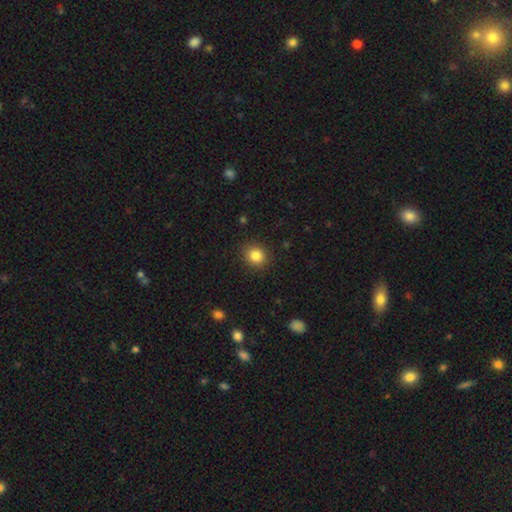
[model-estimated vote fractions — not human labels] A smooth galaxy with no disk features (85%) that is round (73%). Merging: none (88%).